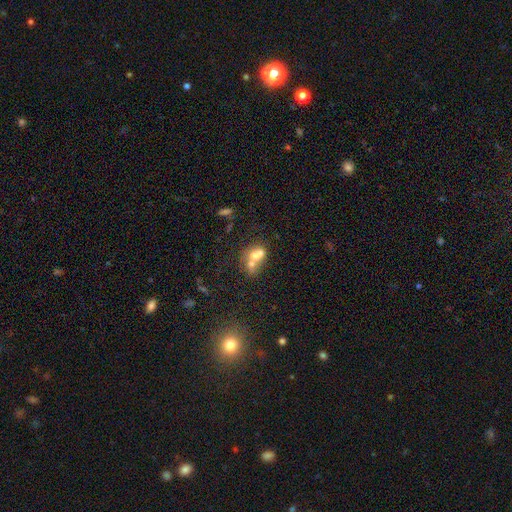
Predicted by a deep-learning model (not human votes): Overall: smooth (58%; featured or disk 29%). How rounded: round (55%; in between 43%). Merging: merger (68%).